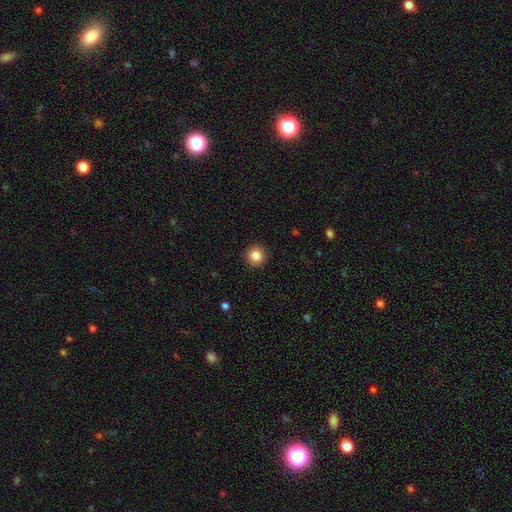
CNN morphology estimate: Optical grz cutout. It shows a smooth galaxy with no disk features (85%) that is round (95%). Merging: none (93%).